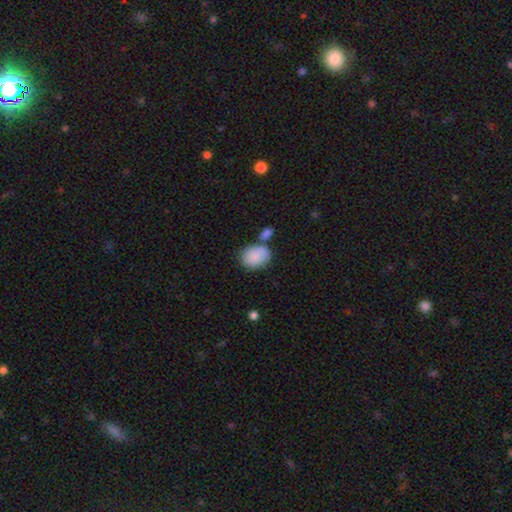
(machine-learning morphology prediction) Smooth or featured? Predicted: smooth (p=0.87). How rounded? Predicted: in between (p=0.72). Merging? Predicted: none (p=0.55).